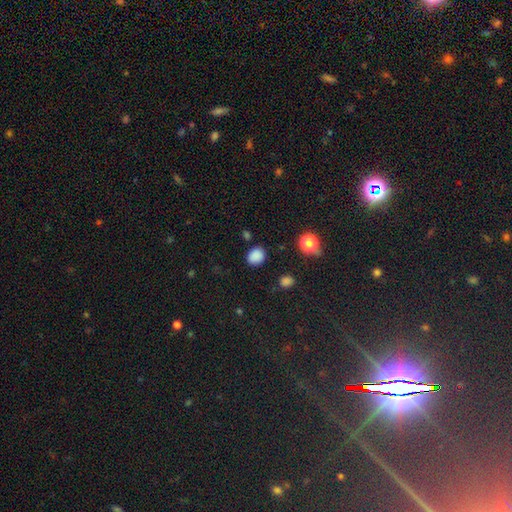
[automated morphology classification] Smooth or featured? smooth (85%)
How rounded? round (57%)
Merging? none (84%)